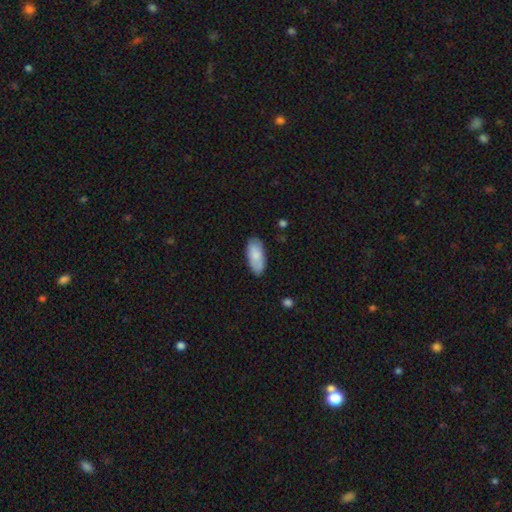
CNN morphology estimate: Overall: smooth (82%). How rounded: in between (90%). Merging: none (80%).